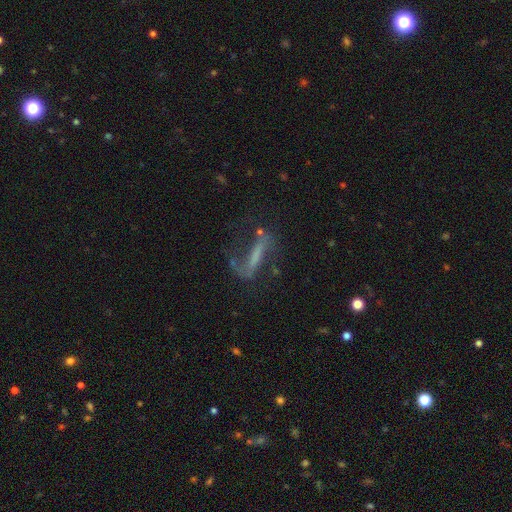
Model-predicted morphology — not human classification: type=featured or disk (64%); edge-on=no (78%); merging=none (47%).